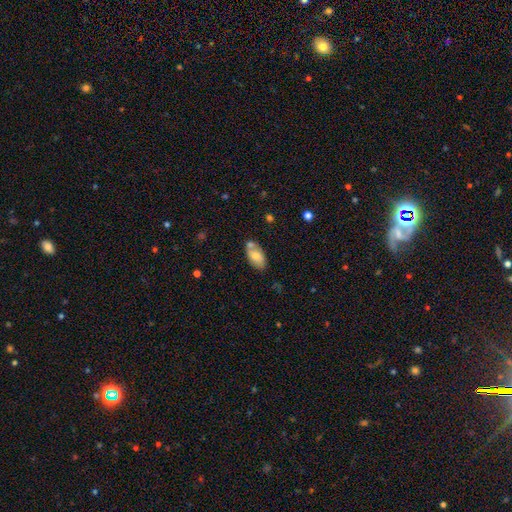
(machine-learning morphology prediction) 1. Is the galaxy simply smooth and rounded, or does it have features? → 72% smooth, 21% featured or disk, 7% star or artifact.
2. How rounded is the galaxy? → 93% in between, 4% cigar-shaped, 4% round.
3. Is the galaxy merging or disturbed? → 60% none, 19% merger, 17% minor disturbance, 4% major disturbance.